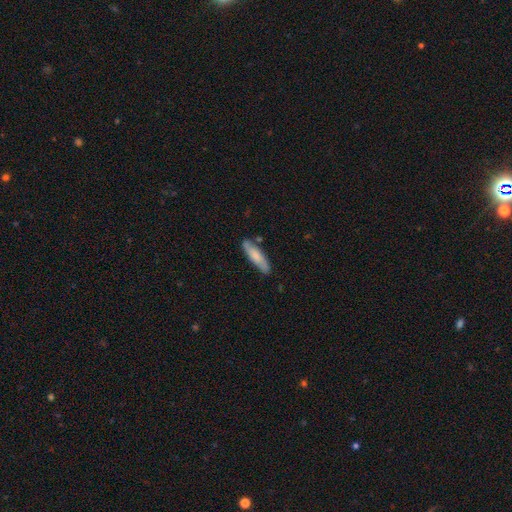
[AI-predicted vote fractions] smooth-or-featured: smooth: 70% | featured or disk: 24% | star or artifact: 6%
  how-rounded: cigar-shaped: 68% | in between: 30% | round: 2%
  merging: none: 79% | minor disturbance: 15% | merger: 4% | major disturbance: 3%